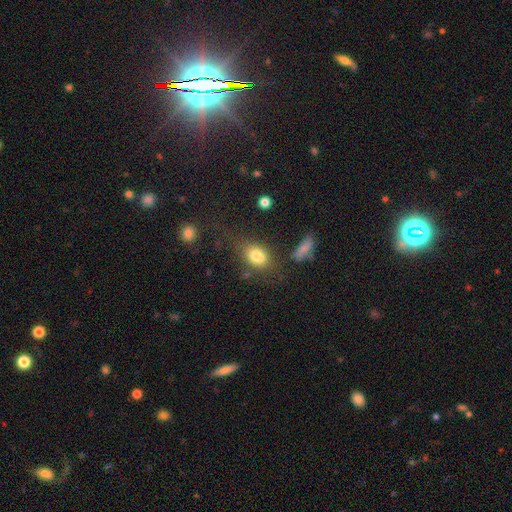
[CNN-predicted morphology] smooth-or-featured: smooth: 79% | featured or disk: 11% | star or artifact: 10%
  how-rounded: in between: 75% | round: 22% | cigar-shaped: 3%
  merging: none: 53% | minor disturbance: 21% | major disturbance: 15% | merger: 11%